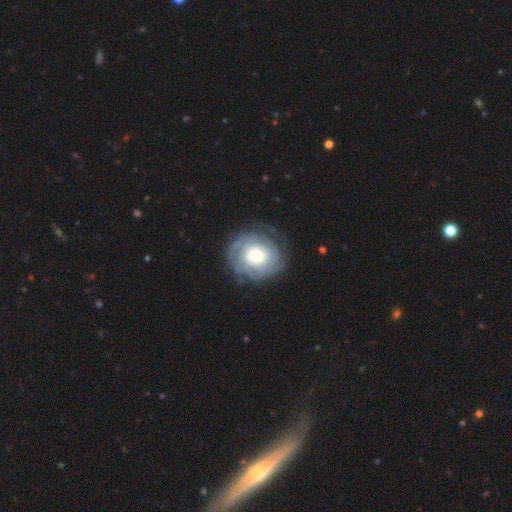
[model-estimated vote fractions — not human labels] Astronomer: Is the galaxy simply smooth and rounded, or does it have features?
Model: featured or disk — 80%.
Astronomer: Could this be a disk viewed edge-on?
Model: no — 98%.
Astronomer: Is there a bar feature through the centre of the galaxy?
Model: no — 76%.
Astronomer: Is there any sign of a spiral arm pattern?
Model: yes — 94%.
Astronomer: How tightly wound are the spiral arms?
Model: tight — 75%.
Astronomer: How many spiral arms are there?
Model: can't tell — 38% (runner-up: 3, 17%).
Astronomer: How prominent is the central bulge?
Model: moderate — 56%.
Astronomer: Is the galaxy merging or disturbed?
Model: none — 78%.